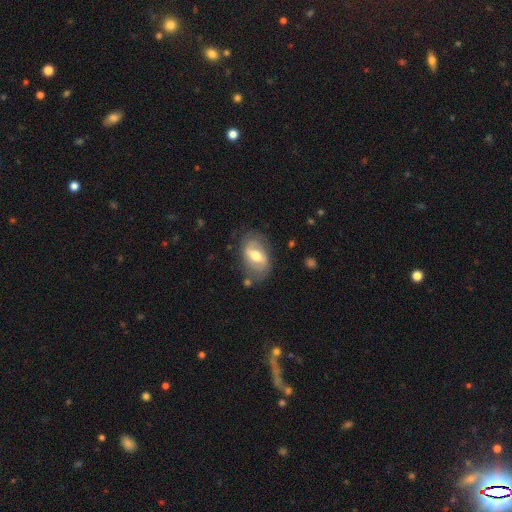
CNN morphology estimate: featured or disk 63%, smooth 31%, star or artifact 6%. Down the decision tree: edge-on disk — no (93%); bar — weak (43%); spiral arms — yes (65%); bulge size — moderate (69%); merging — none (67%).